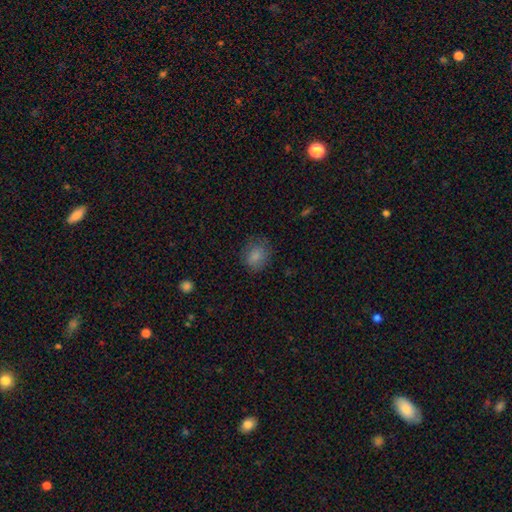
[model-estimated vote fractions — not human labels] A smooth galaxy with no disk features (82%) that is round (59%). Merging: none (71%).